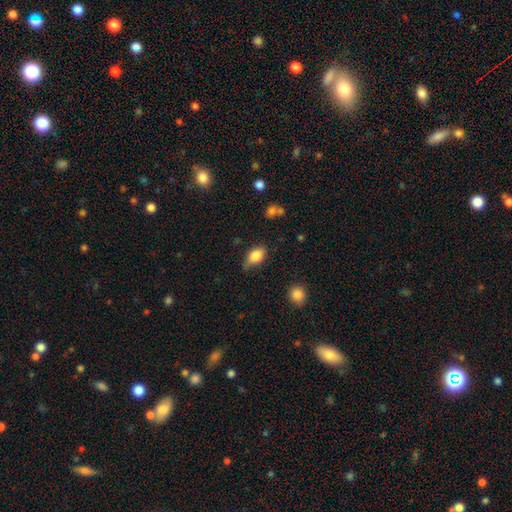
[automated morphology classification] A smooth galaxy with no disk features (82%) that is in between round and cigar-shaped (87%).

Vote fractions:
- Smooth or featured? smooth: 82% / featured or disk: 10% / star or artifact: 8%
- How rounded? in between: 87% / round: 9% / cigar-shaped: 3%
- Merging? none: 61% / minor disturbance: 30% / major disturbance: 6% / merger: 2%